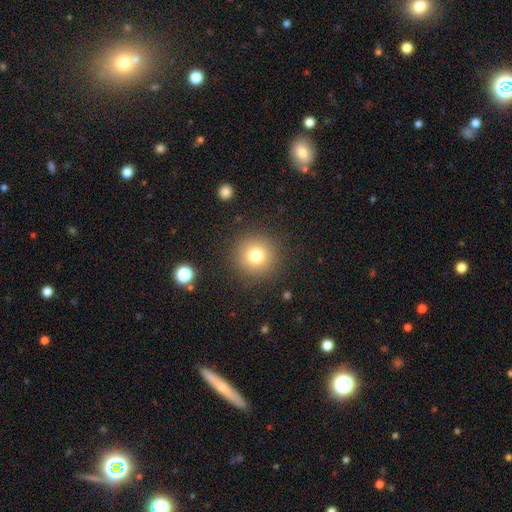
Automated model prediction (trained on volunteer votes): Overall: smooth (77%). How rounded: round (95%). Merging: none (89%).